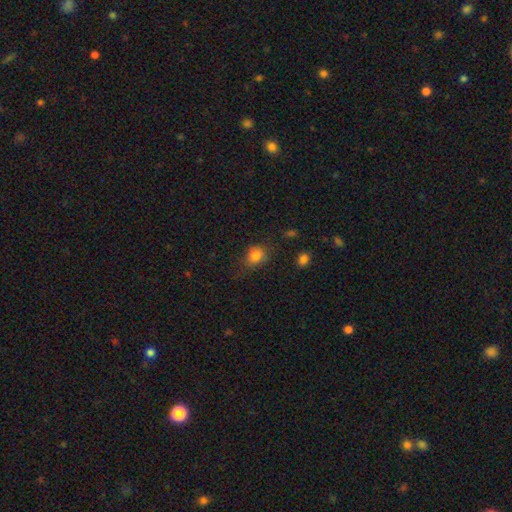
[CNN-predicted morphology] Smooth or featured? Predicted: smooth (p=0.80). How rounded? Predicted: round (p=0.62). Merging? Predicted: none (p=0.63).